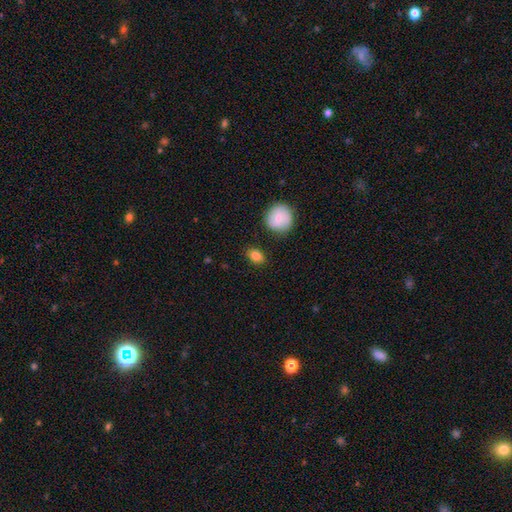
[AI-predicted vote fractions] This is clearly a smooth galaxy (85%). How rounded: likely in between (65%). Merging: clearly none (83%).